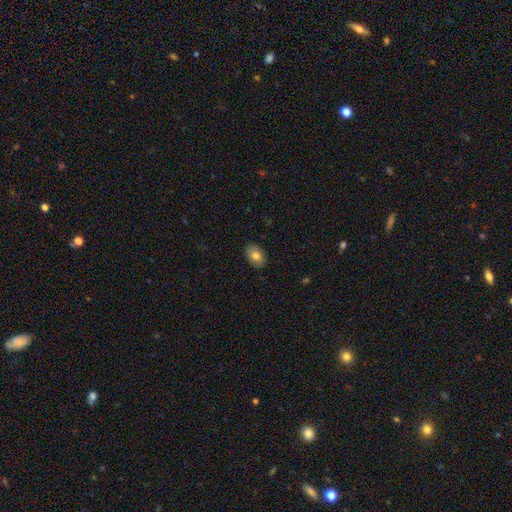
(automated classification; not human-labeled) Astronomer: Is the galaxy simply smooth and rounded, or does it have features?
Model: smooth — 79%.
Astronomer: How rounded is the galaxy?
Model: in between — 84%.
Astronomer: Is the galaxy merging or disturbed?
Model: none — 88%.